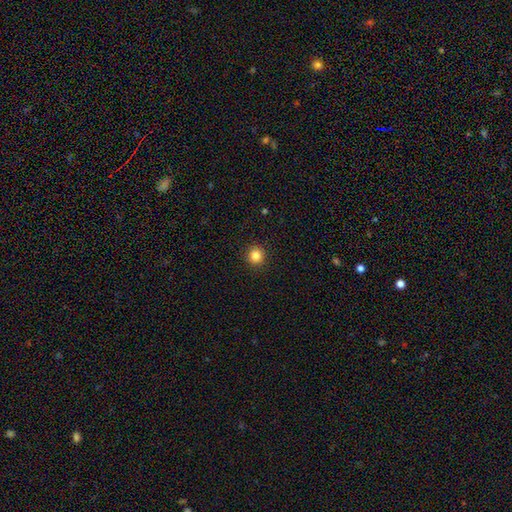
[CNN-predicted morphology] Smooth or featured?
  - smooth: 85% *
  - star or artifact: 11%
  - featured or disk: 4%
How rounded?
  - round: 93% *
  - in between: 6%
  - cigar-shaped: 1%
Merging?
  - none: 92% *
  - minor disturbance: 5%
  - major disturbance: 2%
  - merger: 1%